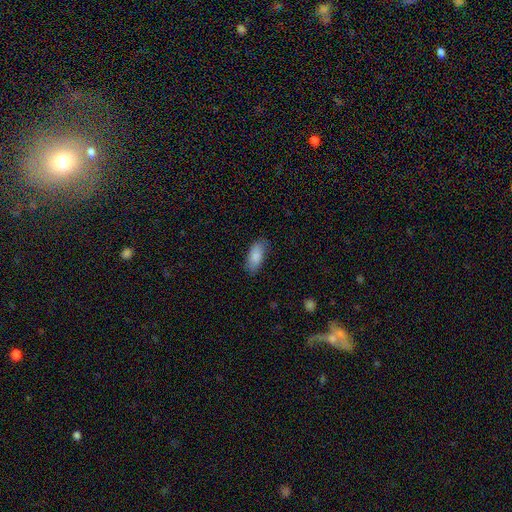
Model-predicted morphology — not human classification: This appears to be a smooth galaxy with no disk features (87%) that is in between round and cigar-shaped (87%). Merging: none (81%).